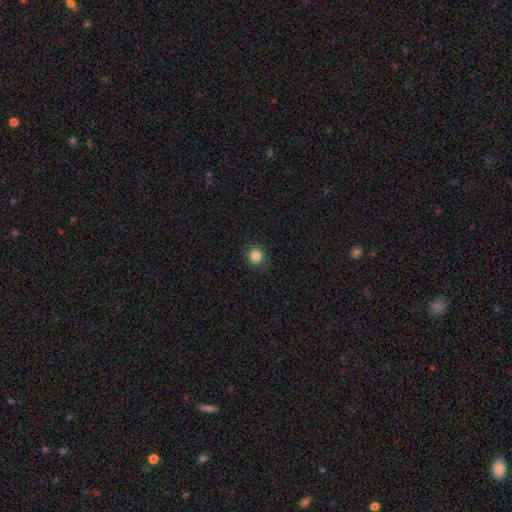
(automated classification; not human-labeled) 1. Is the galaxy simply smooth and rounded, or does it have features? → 85% smooth, 11% star or artifact, 4% featured or disk.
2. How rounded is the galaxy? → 88% round, 11% in between, 1% cigar-shaped.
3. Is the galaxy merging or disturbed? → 89% none, 8% minor disturbance, 2% major disturbance, 1% merger.